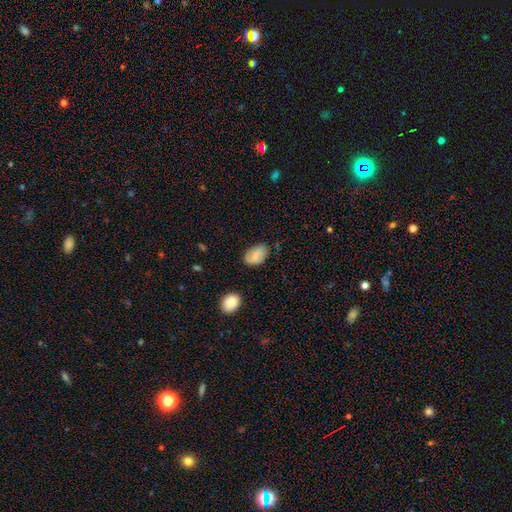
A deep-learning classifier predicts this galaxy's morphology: Overall: smooth (71%). How rounded: in between (88%). Merging: none (73%).